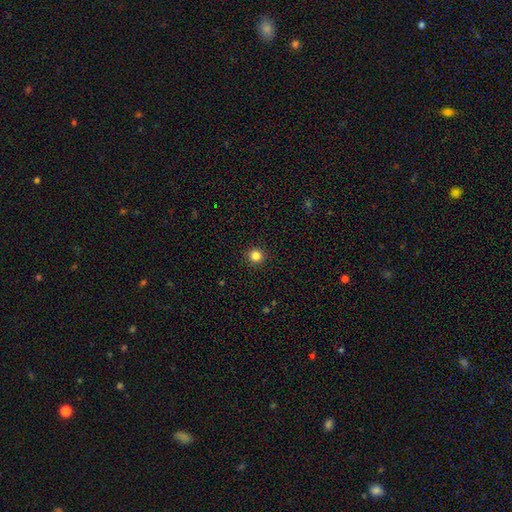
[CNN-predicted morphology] Smooth or featured?
  - smooth: 84% *
  - star or artifact: 12%
  - featured or disk: 4%
How rounded?
  - round: 94% *
  - in between: 5%
  - cigar-shaped: 1%
Merging?
  - none: 93% *
  - minor disturbance: 5%
  - major disturbance: 2%
  - merger: 1%